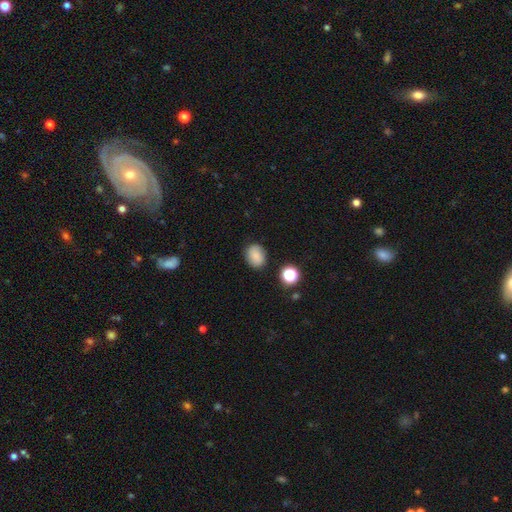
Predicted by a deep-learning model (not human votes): Q: Smooth or featured?
A: smooth (81%); runner-up: star or artifact (11%)
Q: How rounded?
A: round (50%); runner-up: in between (49%)
Q: Merging?
A: none (84%); runner-up: minor disturbance (11%)